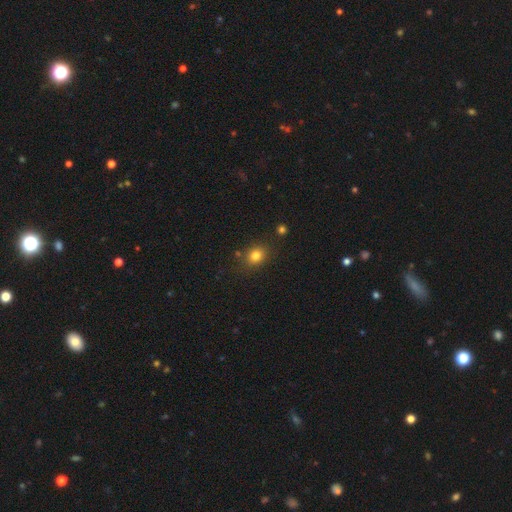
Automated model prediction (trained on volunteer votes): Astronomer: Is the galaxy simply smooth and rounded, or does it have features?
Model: smooth — 80%.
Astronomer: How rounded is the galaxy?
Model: round — 62%.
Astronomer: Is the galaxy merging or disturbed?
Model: none — 81%.